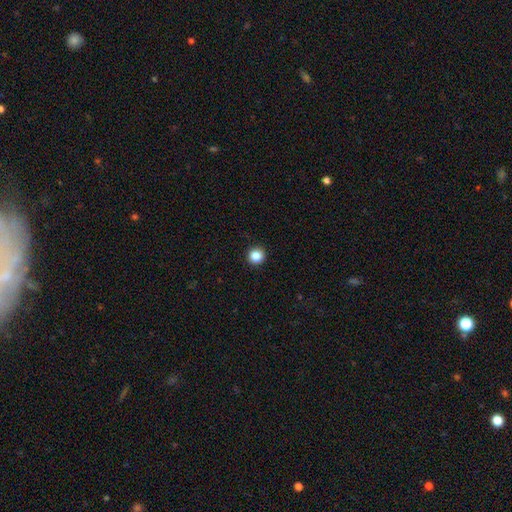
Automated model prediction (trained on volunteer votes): A smooth galaxy with no disk features (86%) that is round (95%). Merging: none (94%).